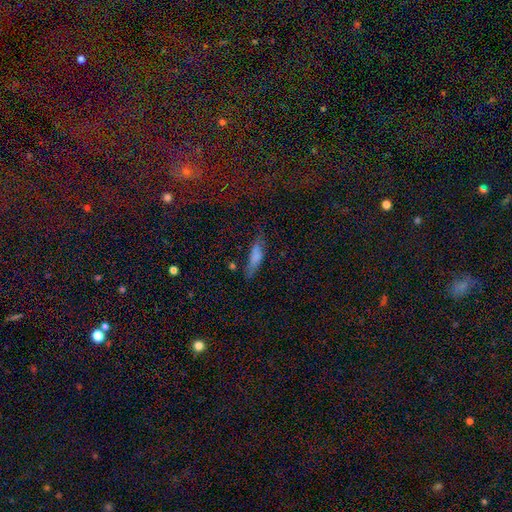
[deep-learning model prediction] The model was most divided on "merging": none: 59%, minor disturbance: 27%, major disturbance: 9%, merger: 5%. More confident: how rounded — cigar-shaped (69%); smooth or featured — smooth (67%).